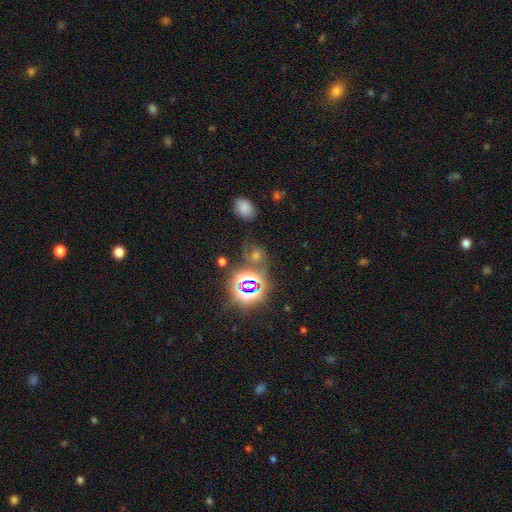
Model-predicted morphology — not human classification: Q: Smooth or featured?
A: star or artifact (50%); runner-up: smooth (35%)